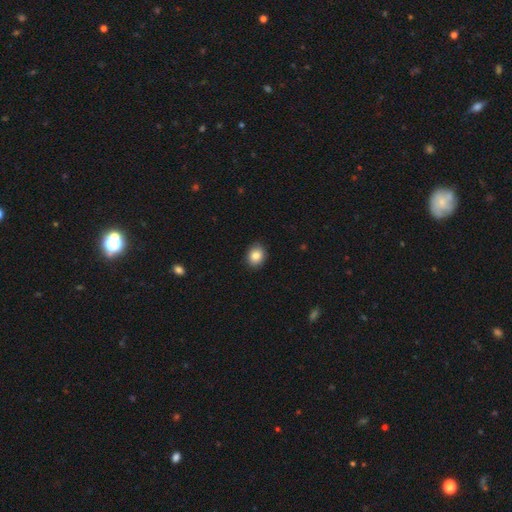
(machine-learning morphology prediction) Smooth or featured? Predicted: smooth (p=0.85). How rounded? Predicted: round (p=0.55). Merging? Predicted: none (p=0.90).